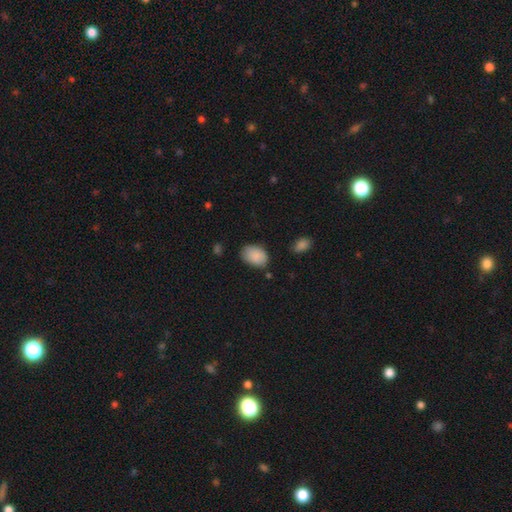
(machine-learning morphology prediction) Smooth or featured? Predicted: smooth (p=0.88). How rounded? Predicted: in between (p=0.86). Merging? Predicted: none (p=0.74).